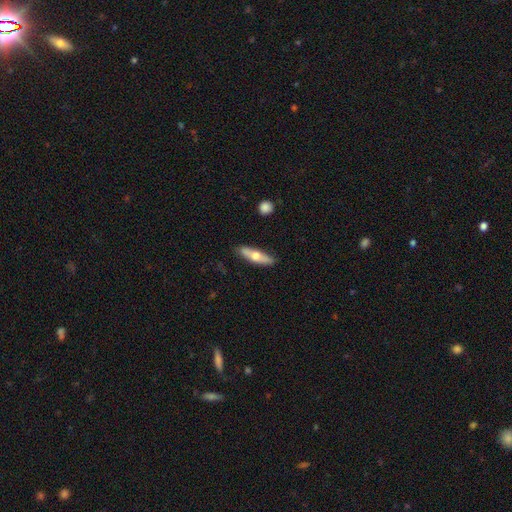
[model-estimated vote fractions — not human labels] This appears to be a smooth galaxy with no disk features (53%) that is cigar-shaped (63%). Merging: none (84%).